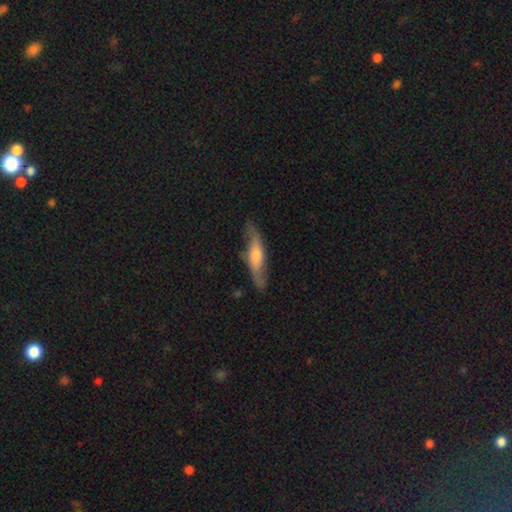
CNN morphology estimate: featured or disk 54%, smooth 40%, star or artifact 6%. Down the decision tree: edge-on disk — yes (55%); merging — none (76%).